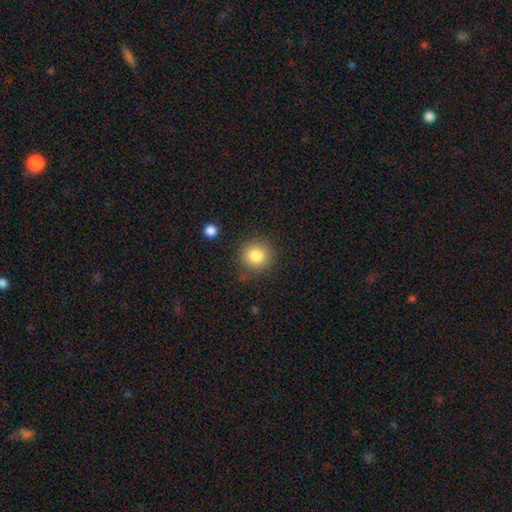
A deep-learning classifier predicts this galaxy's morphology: Q: Smooth or featured?
A: smooth (84%); runner-up: star or artifact (10%)
Q: How rounded?
A: round (92%); runner-up: in between (7%)
Q: Merging?
A: none (85%); runner-up: minor disturbance (9%)